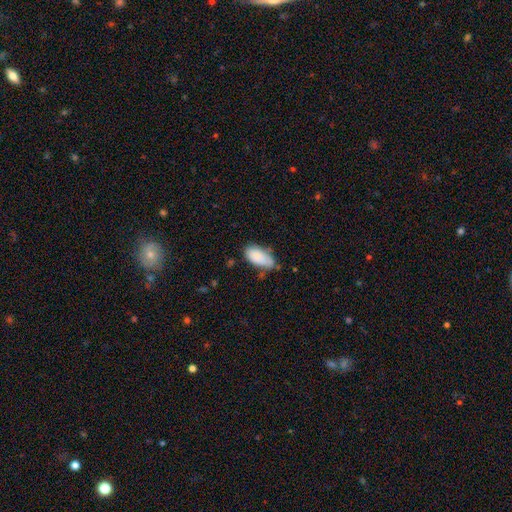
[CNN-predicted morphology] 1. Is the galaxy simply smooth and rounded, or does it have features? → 85% smooth, 8% featured or disk, 7% star or artifact.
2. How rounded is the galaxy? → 92% in between, 5% cigar-shaped, 2% round.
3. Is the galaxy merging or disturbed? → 56% none, 32% minor disturbance, 7% major disturbance, 5% merger.